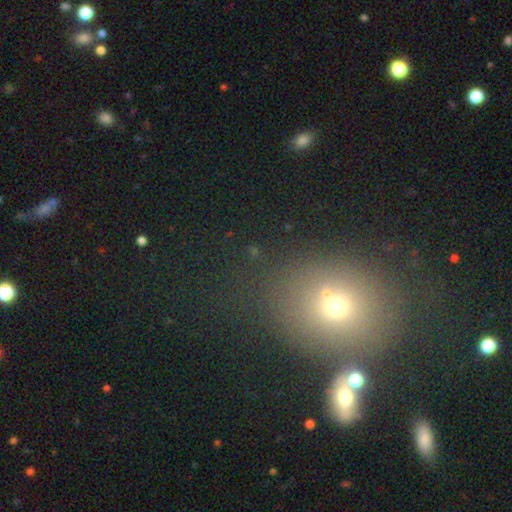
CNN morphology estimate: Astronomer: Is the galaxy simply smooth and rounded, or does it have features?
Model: smooth — 47% (runner-up: star or artifact, 39%).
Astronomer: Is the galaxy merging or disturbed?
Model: none — 65%.